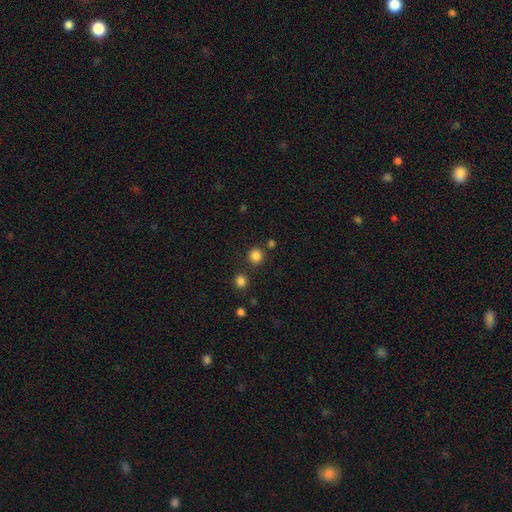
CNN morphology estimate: Smooth or featured? Predicted: smooth (p=0.83). How rounded? Predicted: round (p=0.92). Merging? Predicted: none (p=0.83).